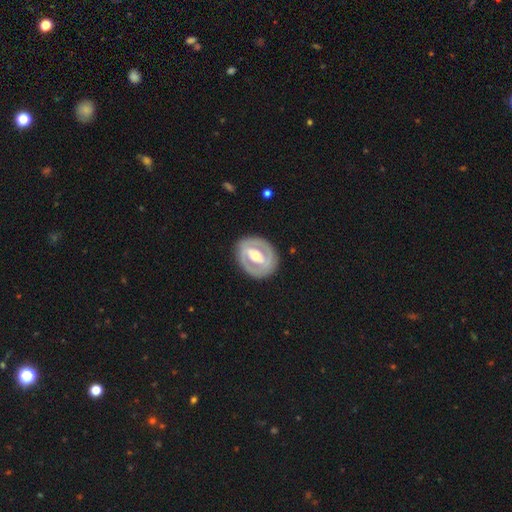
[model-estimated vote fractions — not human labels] Smooth or featured?
  - featured or disk: 76% *
  - smooth: 20%
  - star or artifact: 4%
Edge-on disk?
  - no: 95% *
  - yes: 5%
Bar?
  - strong: 50% *
  - weak: 32%
  - no: 18%
Spiral arms?
  - no: 51% *
  - yes: 49%
Bulge size?
  - moderate: 73% *
  - small: 14%
  - large: 10%
  - dominant: 1%
  - none: 1%
Merging?
  - none: 85% *
  - minor disturbance: 10%
  - major disturbance: 4%
  - merger: 1%